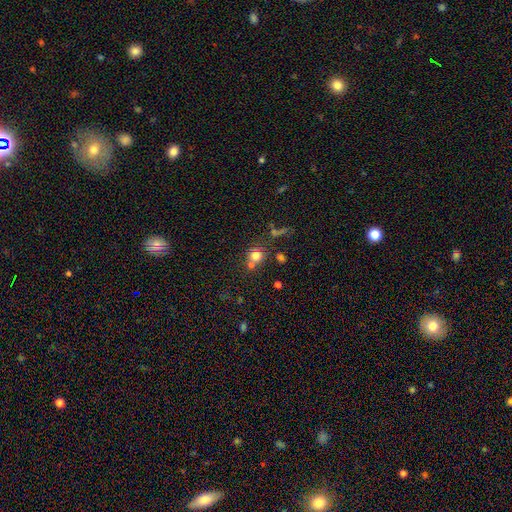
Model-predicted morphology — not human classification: A smooth galaxy with no disk features (74%) that is round (84%).

Vote fractions:
- Smooth or featured? smooth: 74% / star or artifact: 16% / featured or disk: 10%
- How rounded? round: 84% / in between: 15% / cigar-shaped: 1%
- Merging? none: 55% / merger: 31% / minor disturbance: 9% / major disturbance: 5%